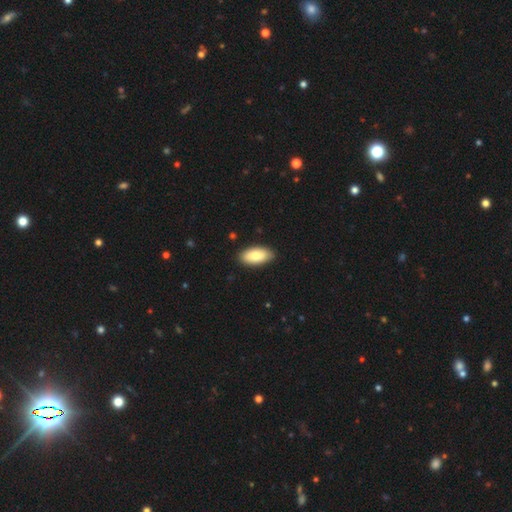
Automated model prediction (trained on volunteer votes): Overall: smooth (82%). How rounded: in between (92%). Merging: none (88%).